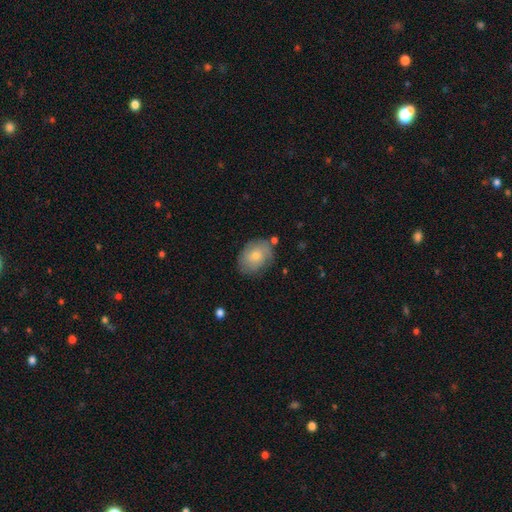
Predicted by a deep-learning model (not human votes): Smooth or featured? Predicted: smooth (p=0.68). How rounded? Predicted: in between (p=0.64). Merging? Predicted: none (p=0.69).